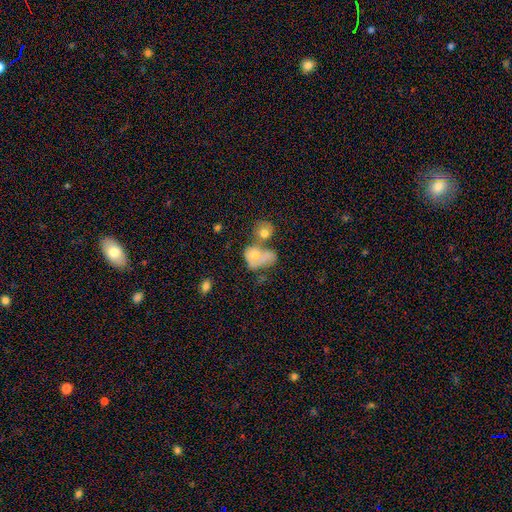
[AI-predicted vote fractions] This is likely a smooth galaxy (62%). How rounded: possibly in between (59%). Merging: possibly merger (53%).